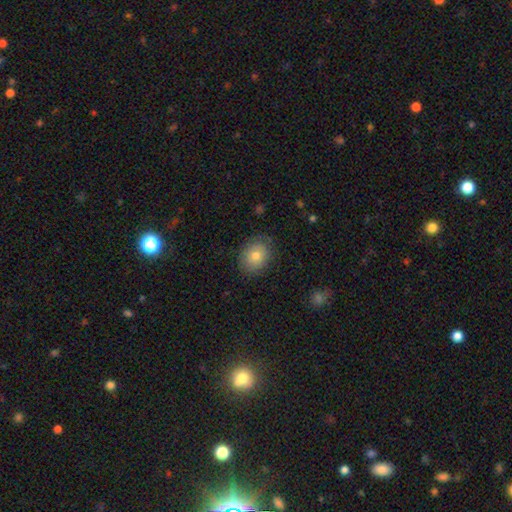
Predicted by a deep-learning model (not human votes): A smooth galaxy with no disk features (76%) that is round (55%).

Vote fractions:
- Smooth or featured? smooth: 76% / featured or disk: 14% / star or artifact: 9%
- How rounded? round: 55% / in between: 44% / cigar-shaped: 1%
- Merging? none: 80% / minor disturbance: 15% / major disturbance: 4% / merger: 1%